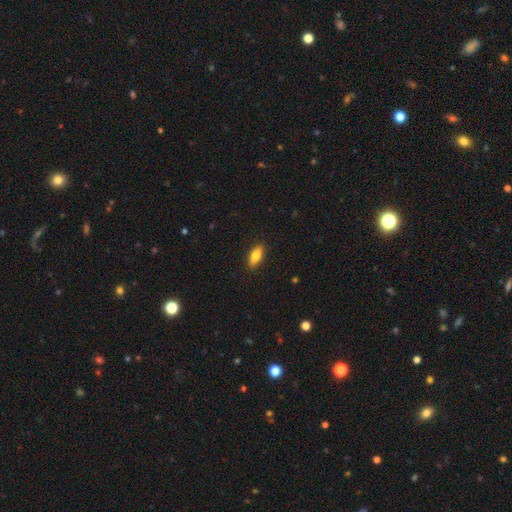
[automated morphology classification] Overall: smooth (79%). How rounded: in between (82%). Merging: none (89%).